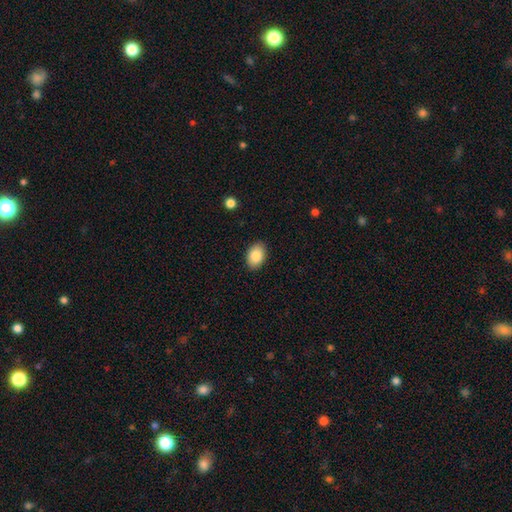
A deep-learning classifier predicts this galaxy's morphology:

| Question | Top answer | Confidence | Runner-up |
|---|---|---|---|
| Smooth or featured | smooth | 87% | star or artifact (7%) |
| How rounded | in between | 87% | round (12%) |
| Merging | none | 89% | minor disturbance (8%) |